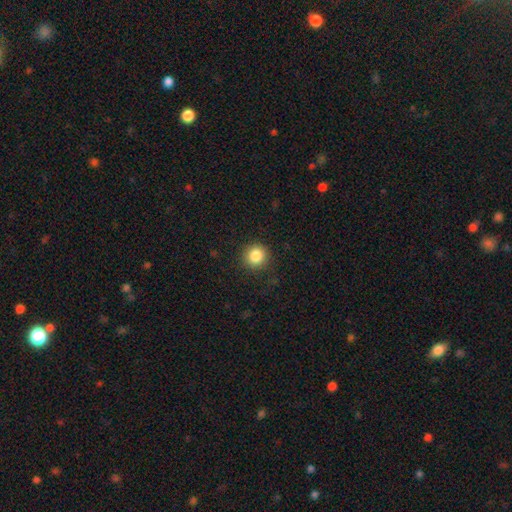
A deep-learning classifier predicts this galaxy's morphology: This appears to be a smooth galaxy with no disk features (85%) that is round (91%). Merging: none (88%).